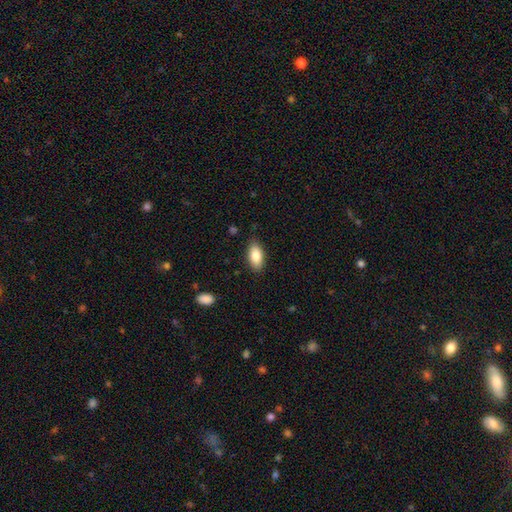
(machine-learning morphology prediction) This is clearly a smooth galaxy (85%). How rounded: clearly in between (90%). Merging: clearly none (84%).